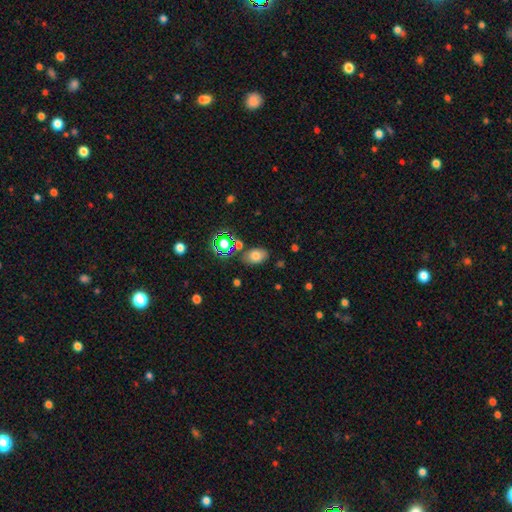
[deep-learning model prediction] The model was most divided on "smooth or featured": smooth: 73%, star or artifact: 16%, featured or disk: 11%. More confident: how rounded — in between (83%); merging — none (78%).